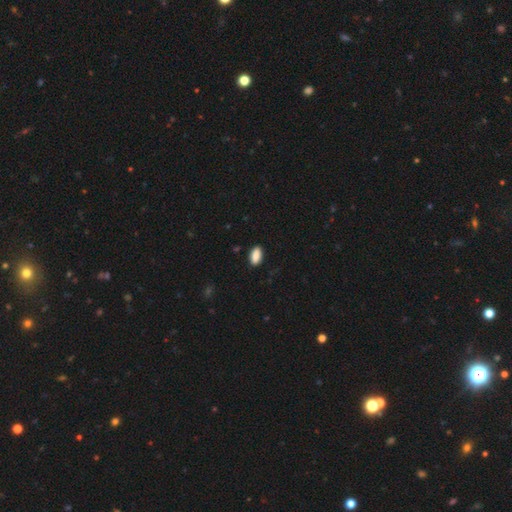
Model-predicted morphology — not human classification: This appears to be a smooth galaxy with no disk features (89%) that is in between round and cigar-shaped (90%). Merging: none (87%).